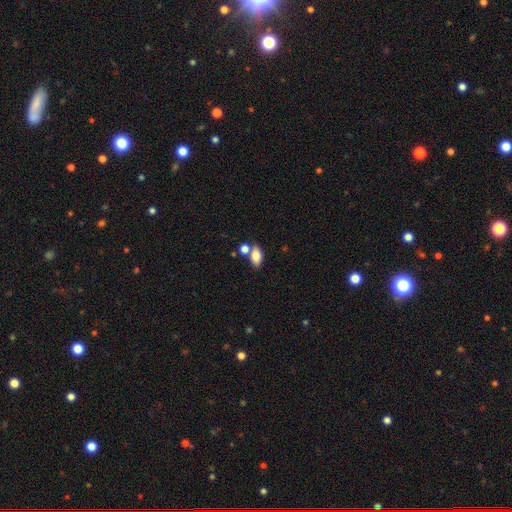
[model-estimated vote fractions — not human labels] smooth_or_featured: smooth (p=0.81) [alt: featured or disk p=0.11]
how_rounded: in between (p=0.88) [alt: round p=0.08]
merging: none (p=0.59) [alt: merger p=0.25]